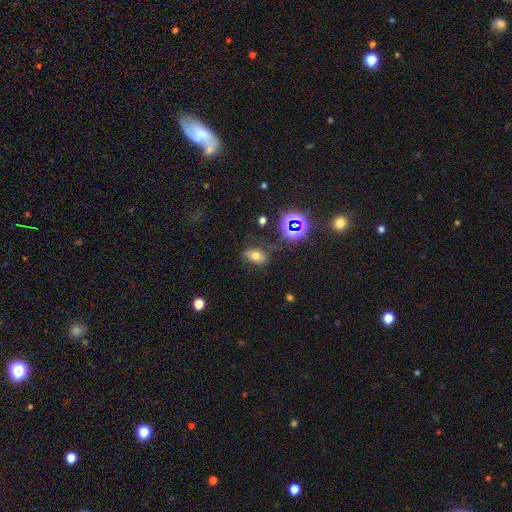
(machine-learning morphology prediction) Overall: smooth (58%; star or artifact 24%). How rounded: in between (85%). Merging: none (68%).